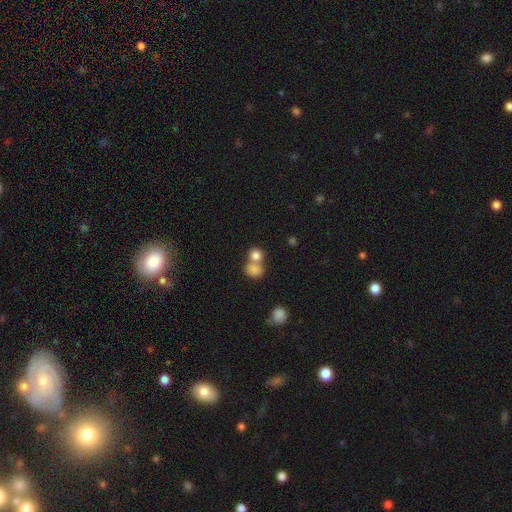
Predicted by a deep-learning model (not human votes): Overall: smooth (81%). How rounded: round (77%). Merging: merger (48%; none 41%).